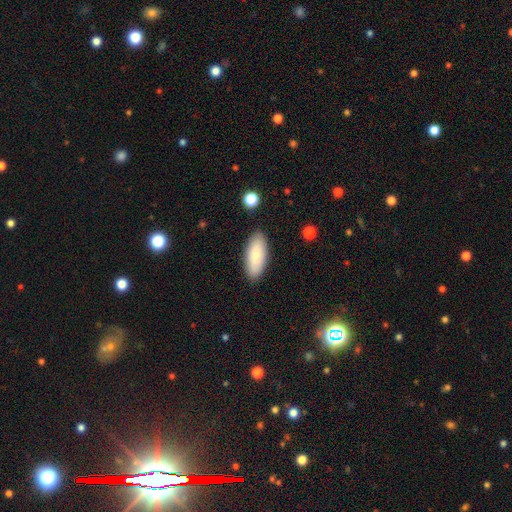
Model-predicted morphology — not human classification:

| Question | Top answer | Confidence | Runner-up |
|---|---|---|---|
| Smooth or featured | smooth | 84% | featured or disk (10%) |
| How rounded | in between | 82% | cigar-shaped (16%) |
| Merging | none | 88% | minor disturbance (9%) |